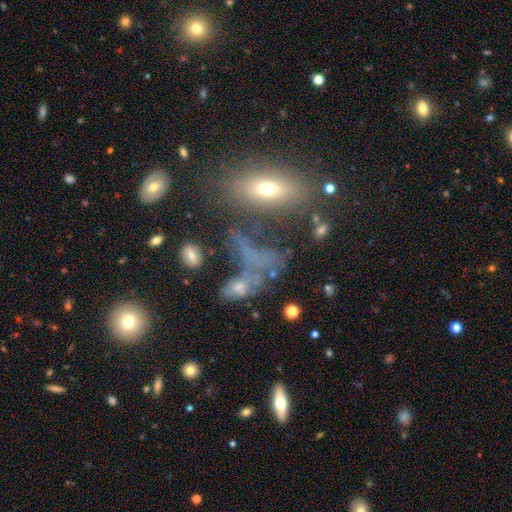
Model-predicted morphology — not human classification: smooth-or-featured: smooth: 41% | featured or disk: 31% | star or artifact: 28%
  merging: none: 39% | major disturbance: 23% | merger: 22% | minor disturbance: 16%